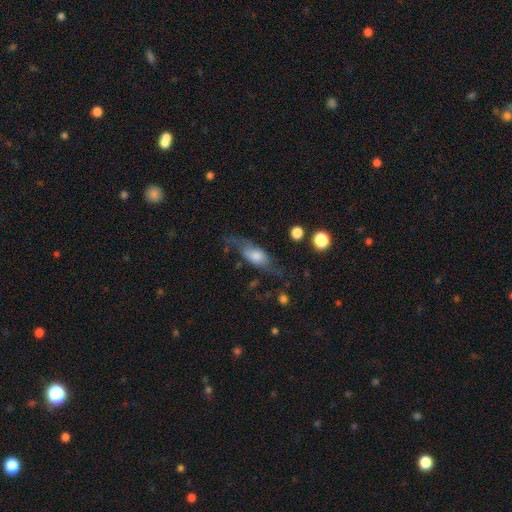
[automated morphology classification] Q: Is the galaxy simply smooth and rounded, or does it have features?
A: featured or disk — 48%.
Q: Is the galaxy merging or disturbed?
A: none — 56%.